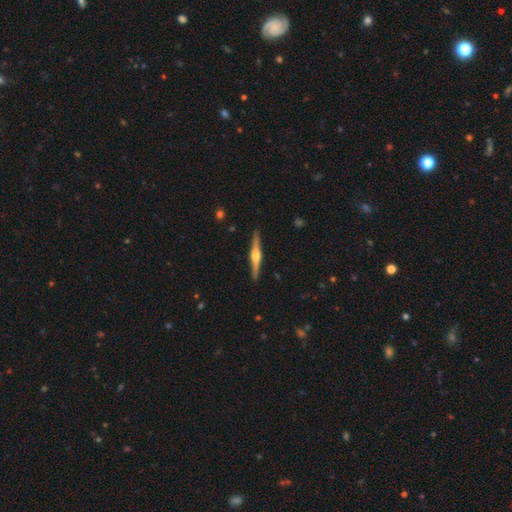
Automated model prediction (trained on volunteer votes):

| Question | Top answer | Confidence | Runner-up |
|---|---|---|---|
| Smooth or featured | featured or disk | 79% | smooth (16%) |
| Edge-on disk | yes | 98% | no (2%) |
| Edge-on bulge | rounded | 92% | boxy (5%) |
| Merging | none | 92% | minor disturbance (6%) |